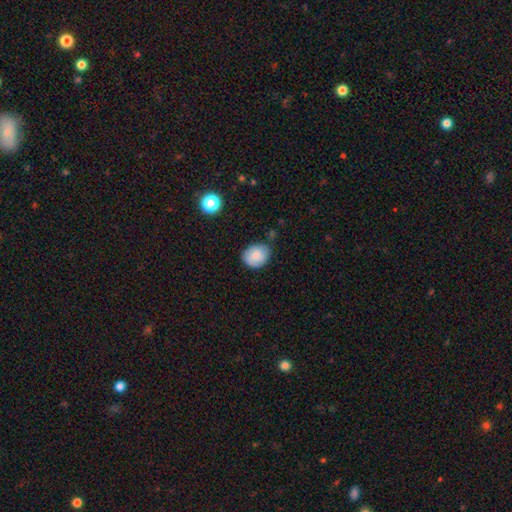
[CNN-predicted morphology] This appears to be a smooth galaxy with no disk features (78%) that is round (62%). Merging: none (70%).